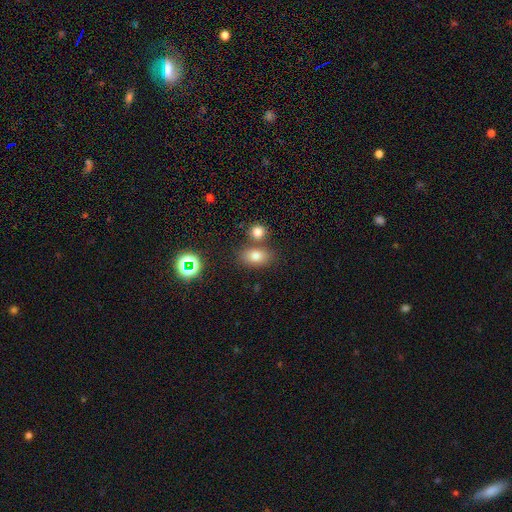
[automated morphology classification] A smooth galaxy with no disk features (76%) that is in between round and cigar-shaped (78%).

Vote fractions:
- Smooth or featured? smooth: 76% / star or artifact: 14% / featured or disk: 10%
- How rounded? in between: 78% / round: 20% / cigar-shaped: 2%
- Merging? none: 66% / merger: 19% / minor disturbance: 11% / major disturbance: 4%